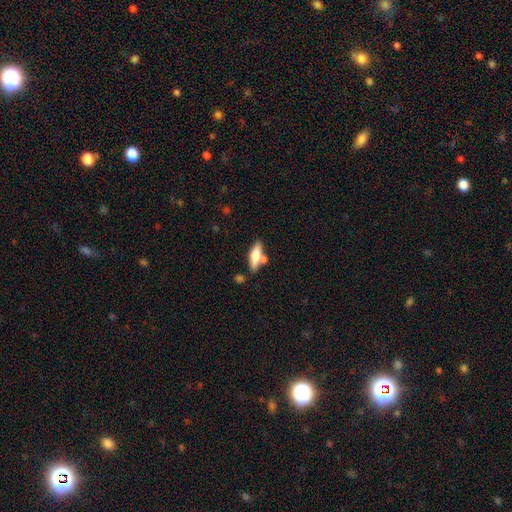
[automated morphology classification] smooth_or_featured: smooth (p=0.56) [alt: featured or disk p=0.37]
how_rounded: cigar-shaped (p=0.49) [alt: in between p=0.48]
merging: none (p=0.66) [alt: merger p=0.16]